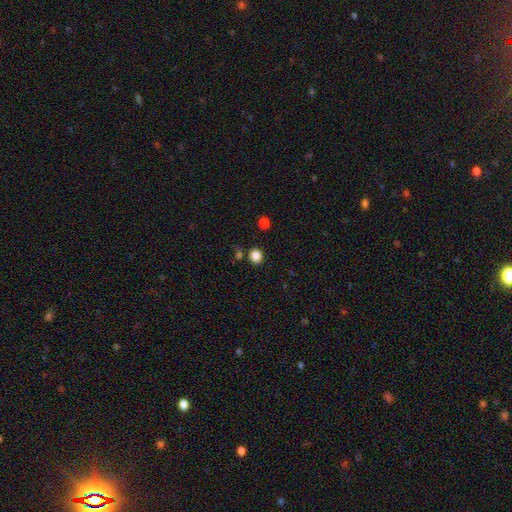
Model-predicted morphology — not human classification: Smooth or featured? Predicted: smooth (p=0.85). How rounded? Predicted: round (p=0.80). Merging? Predicted: none (p=0.84).